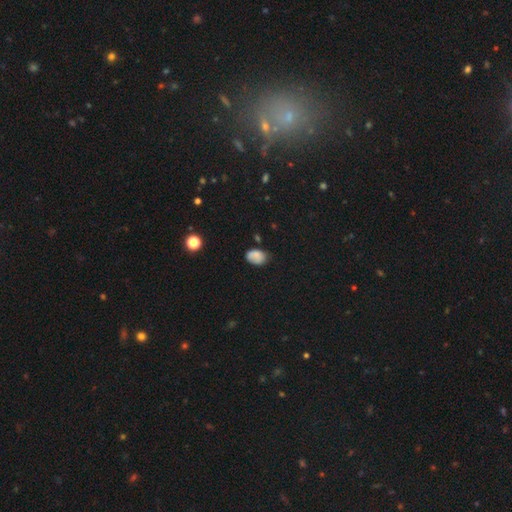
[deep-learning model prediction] A smooth galaxy with no disk features (79%) that is in between round and cigar-shaped (81%).

Vote fractions:
- Smooth or featured? smooth: 79% / star or artifact: 11% / featured or disk: 10%
- How rounded? in between: 81% / round: 18% / cigar-shaped: 1%
- Merging? none: 64% / minor disturbance: 27% / major disturbance: 6% / merger: 3%